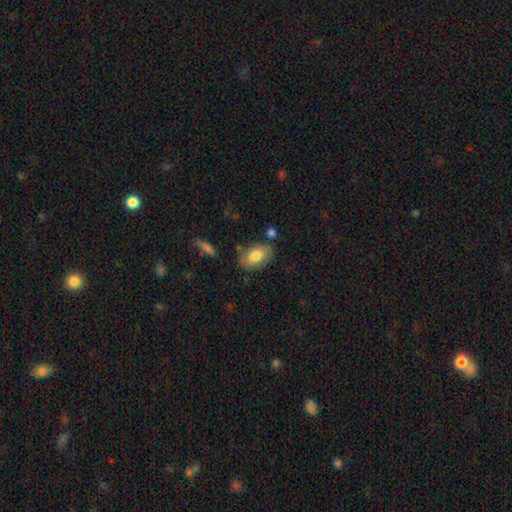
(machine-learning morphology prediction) smooth 71%, featured or disk 22%, star or artifact 7%. Down the decision tree: how rounded — in between (89%); merging — none (73%).